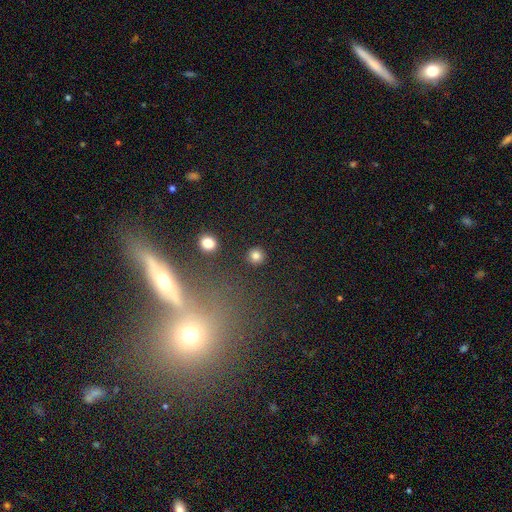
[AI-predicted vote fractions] Overall: smooth (82%). How rounded: round (94%). Merging: none (91%).